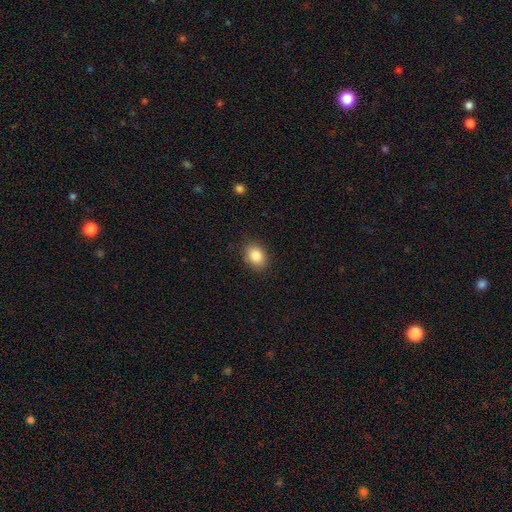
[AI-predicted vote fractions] Smooth or featured? smooth (86%)
How rounded? in between (67%)
Merging? none (87%)